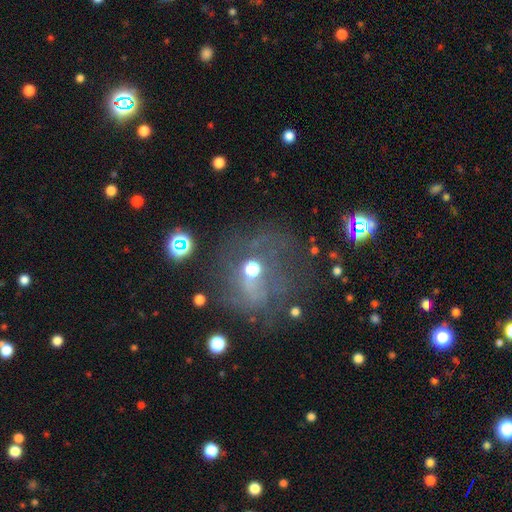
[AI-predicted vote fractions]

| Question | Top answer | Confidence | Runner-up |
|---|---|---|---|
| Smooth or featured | featured or disk | 39% | star or artifact (32%) |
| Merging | none | 64% | minor disturbance (16%) |